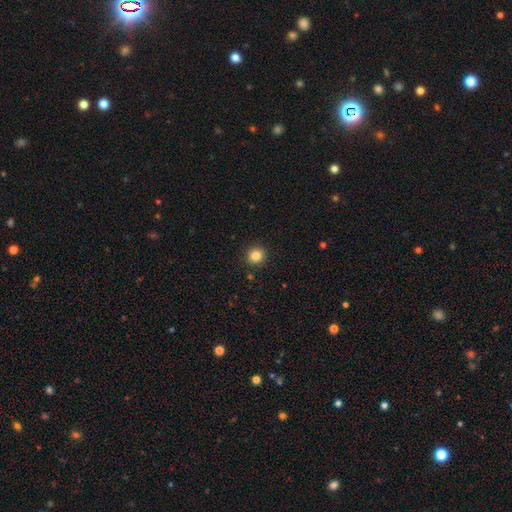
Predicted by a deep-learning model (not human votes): Smooth or featured? smooth (83%)
How rounded? round (93%)
Merging? none (92%)